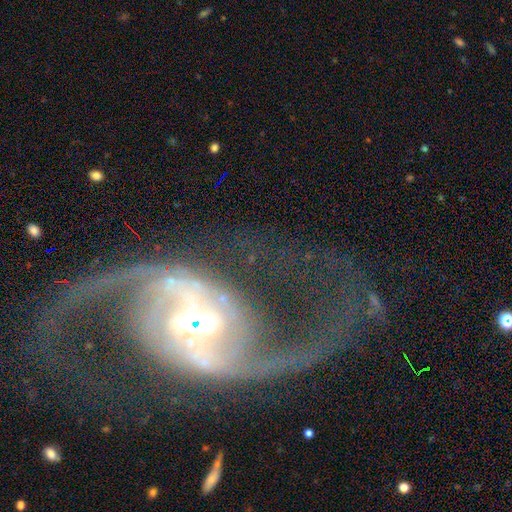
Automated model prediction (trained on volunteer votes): Smooth or featured? featured or disk (91%)
Edge-on disk? no (97%)
Bar? strong (44%)
Spiral arms? yes (97%)
Spiral winding? loose (50%)
Spiral arm count? 2 (93%)
Bulge size? moderate (47%)
Merging? none (71%)